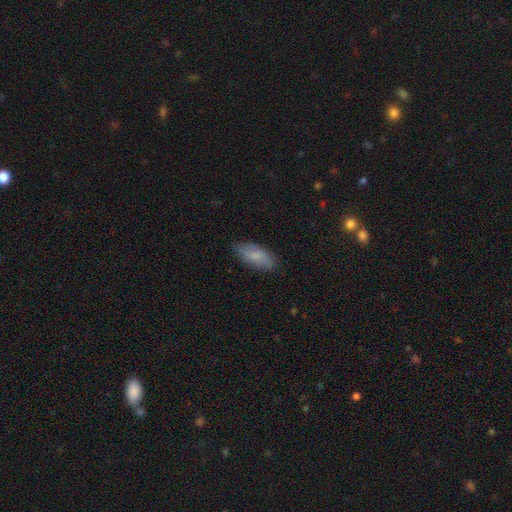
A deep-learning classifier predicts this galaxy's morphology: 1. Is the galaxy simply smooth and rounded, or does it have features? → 74% smooth, 19% featured or disk, 7% star or artifact.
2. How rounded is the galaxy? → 86% in between, 12% cigar-shaped, 2% round.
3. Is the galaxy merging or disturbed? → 82% none, 15% minor disturbance, 3% major disturbance, 1% merger.